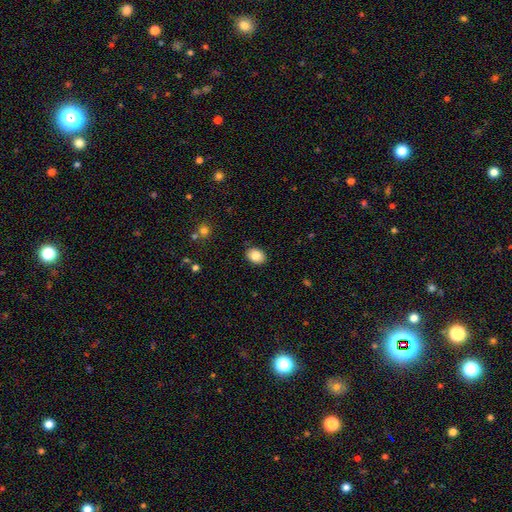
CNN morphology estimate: smooth-or-featured: smooth: 84% | star or artifact: 8% | featured or disk: 8%
  how-rounded: in between: 68% | round: 31% | cigar-shaped: 1%
  merging: none: 88% | minor disturbance: 9% | major disturbance: 2% | merger: 1%